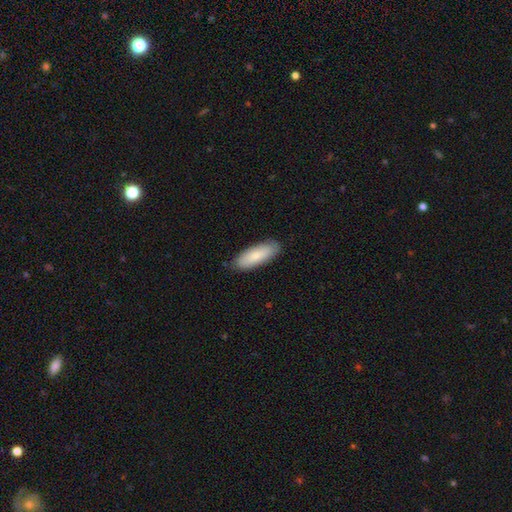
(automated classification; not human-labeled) Q: Smooth or featured?
A: smooth (81%); runner-up: featured or disk (13%)
Q: How rounded?
A: in between (68%); runner-up: cigar-shaped (31%)
Q: Merging?
A: none (85%); runner-up: minor disturbance (12%)